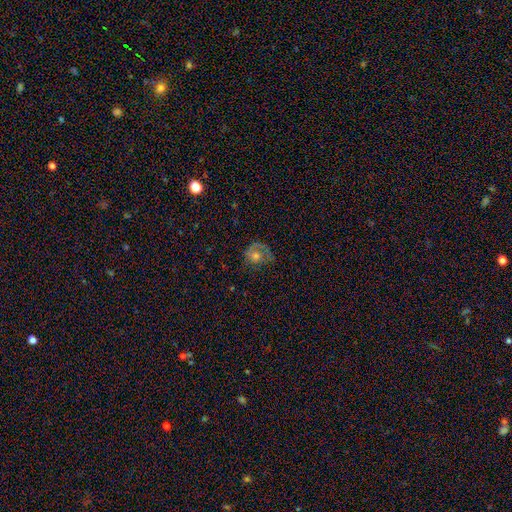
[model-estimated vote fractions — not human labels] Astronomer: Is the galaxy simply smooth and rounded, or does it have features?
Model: featured or disk — 48% (runner-up: smooth, 39%).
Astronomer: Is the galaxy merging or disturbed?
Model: none — 54%.